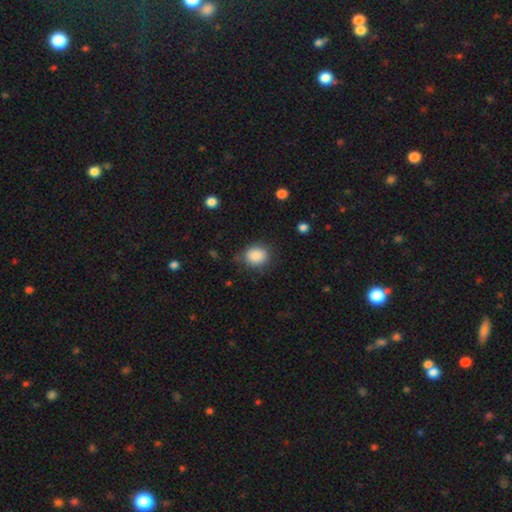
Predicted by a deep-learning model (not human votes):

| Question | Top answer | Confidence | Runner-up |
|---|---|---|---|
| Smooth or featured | smooth | 86% | star or artifact (9%) |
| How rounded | round | 66% | in between (33%) |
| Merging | none | 74% | minor disturbance (18%) |